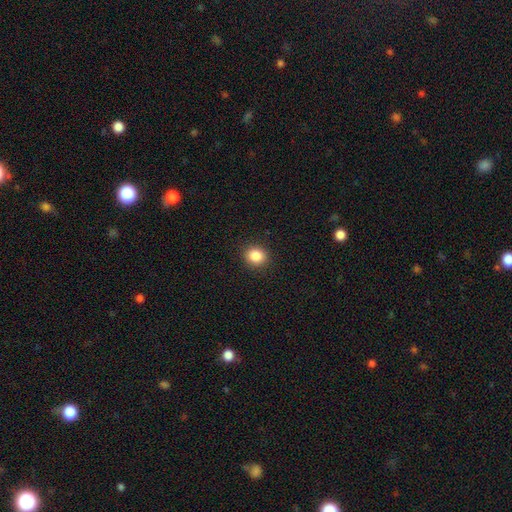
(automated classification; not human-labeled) Morphology: type=smooth (86%); roundness=round (78%); merging=none (91%).